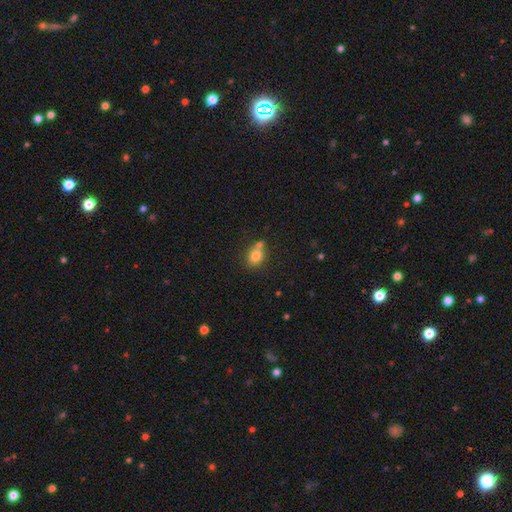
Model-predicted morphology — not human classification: Q: Smooth or featured?
A: smooth (79%); runner-up: star or artifact (10%)
Q: How rounded?
A: in between (57%); runner-up: round (42%)
Q: Merging?
A: none (50%); runner-up: merger (31%)